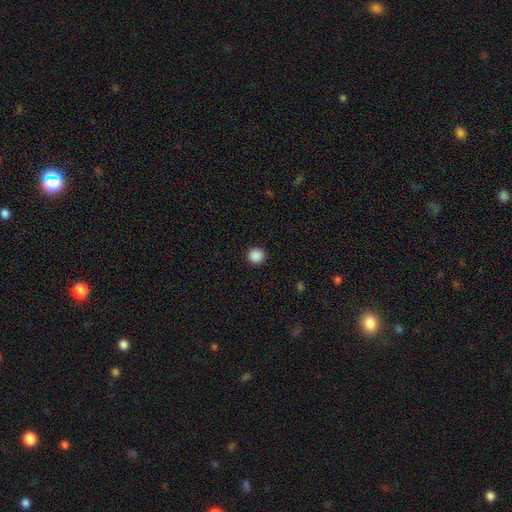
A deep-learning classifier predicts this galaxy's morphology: This appears to be a smooth galaxy with no disk features (88%) that is round (94%). Merging: none (93%).